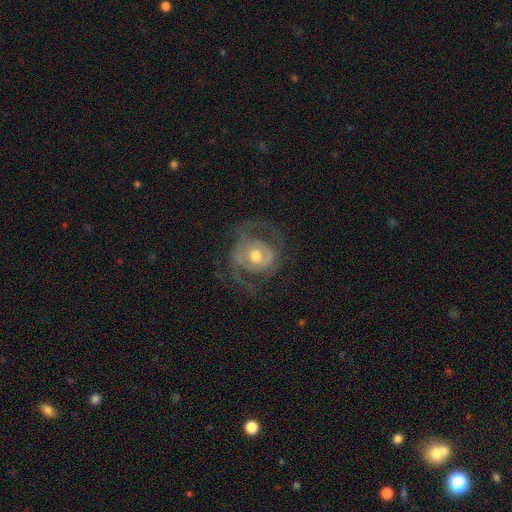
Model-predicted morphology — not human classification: A featured or disk galaxy (79%) with no bar (63%), 2 (54%) medium (41%) spiral arms (77%) and a moderate central bulge (73%). Merging: none (59%).